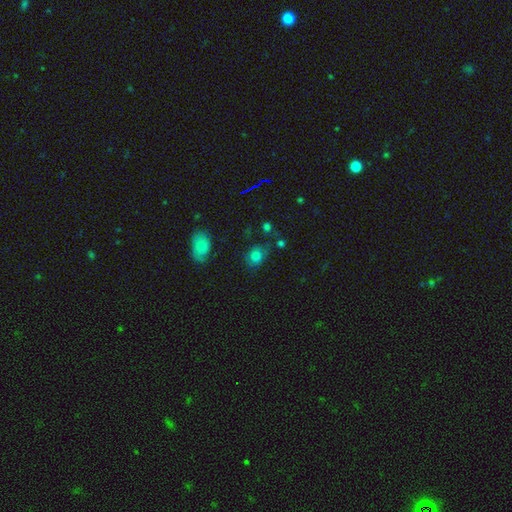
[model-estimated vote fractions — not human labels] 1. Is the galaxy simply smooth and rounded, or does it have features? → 77% smooth, 14% star or artifact, 9% featured or disk.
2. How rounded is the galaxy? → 55% in between, 44% round, 1% cigar-shaped.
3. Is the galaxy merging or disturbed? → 62% none, 23% minor disturbance, 8% major disturbance, 6% merger.